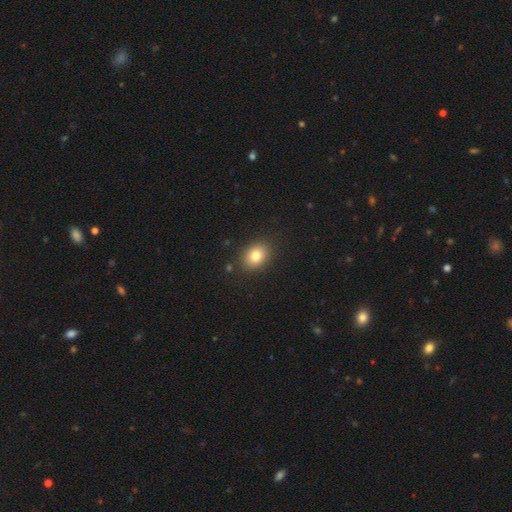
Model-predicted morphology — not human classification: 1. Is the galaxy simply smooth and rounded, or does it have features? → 82% smooth, 10% star or artifact, 8% featured or disk.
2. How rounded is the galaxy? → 60% in between, 39% round, 1% cigar-shaped.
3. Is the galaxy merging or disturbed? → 86% none, 9% minor disturbance, 3% major disturbance, 2% merger.